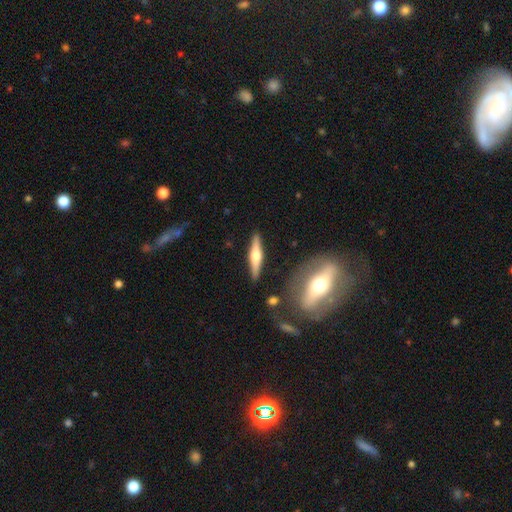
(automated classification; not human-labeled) Morphology: type=featured or disk (58%); edge-on=yes (96%); edge-on bulge=rounded (90%); merging=none (88%).